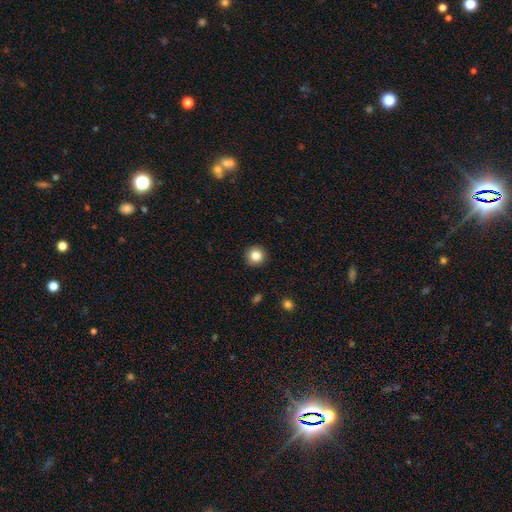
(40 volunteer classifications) Morphology: type=smooth (80%); roundness=round (97%); merging=none (97%).